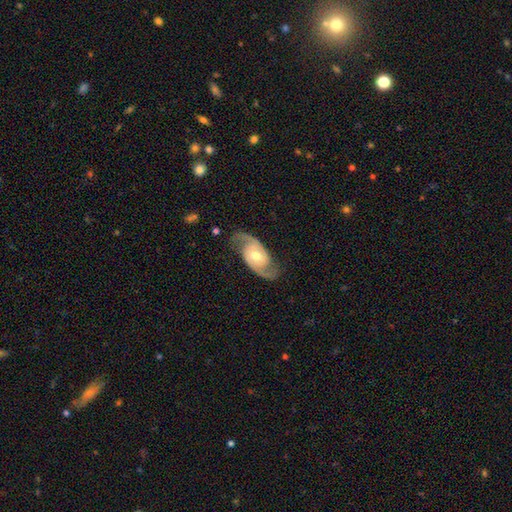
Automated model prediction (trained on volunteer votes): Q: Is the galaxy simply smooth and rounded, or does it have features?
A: featured or disk — 90%.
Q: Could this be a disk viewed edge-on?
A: no — 96%.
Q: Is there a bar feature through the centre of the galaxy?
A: no — 60%.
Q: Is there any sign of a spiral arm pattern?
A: yes — 97%.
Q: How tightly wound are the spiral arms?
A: medium — 51%.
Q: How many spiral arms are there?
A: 2 — 93%.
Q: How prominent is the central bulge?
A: moderate — 72%.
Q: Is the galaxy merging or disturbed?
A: none — 78%.